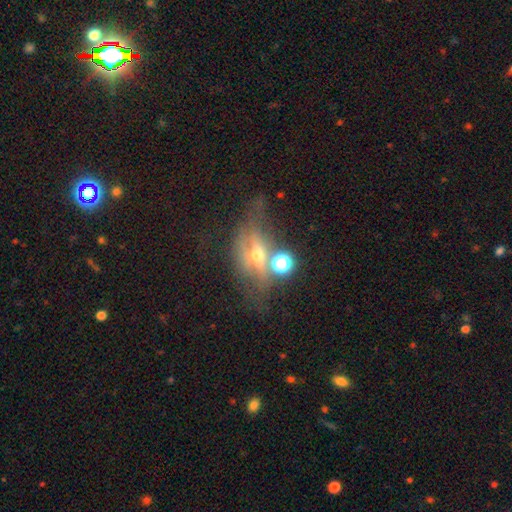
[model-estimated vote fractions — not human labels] The model was most divided on "edge-on disk": no: 54%, yes: 46%. Remaining: smooth or featured — featured or disk (52%); merging — none (46%).